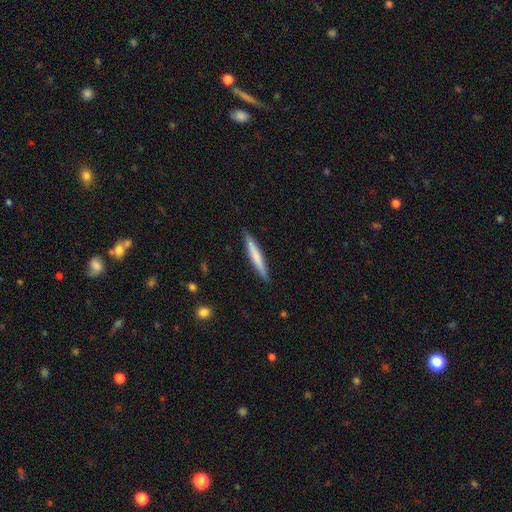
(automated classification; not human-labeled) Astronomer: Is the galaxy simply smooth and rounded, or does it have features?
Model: smooth — 63%.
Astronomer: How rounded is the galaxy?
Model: cigar-shaped — 96%.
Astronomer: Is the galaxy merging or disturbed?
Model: none — 90%.